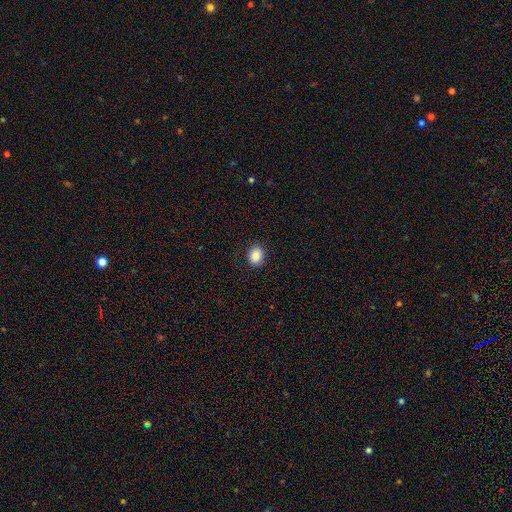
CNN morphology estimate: Smooth or featured? smooth (87%)
How rounded? round (59%)
Merging? none (88%)